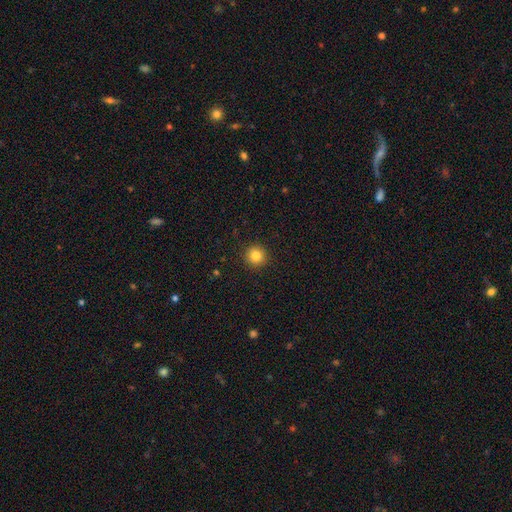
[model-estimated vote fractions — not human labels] Smooth or featured?
  - smooth: 84% *
  - star or artifact: 11%
  - featured or disk: 5%
How rounded?
  - round: 94% *
  - in between: 5%
  - cigar-shaped: 1%
Merging?
  - none: 92% *
  - minor disturbance: 5%
  - major disturbance: 2%
  - merger: 1%